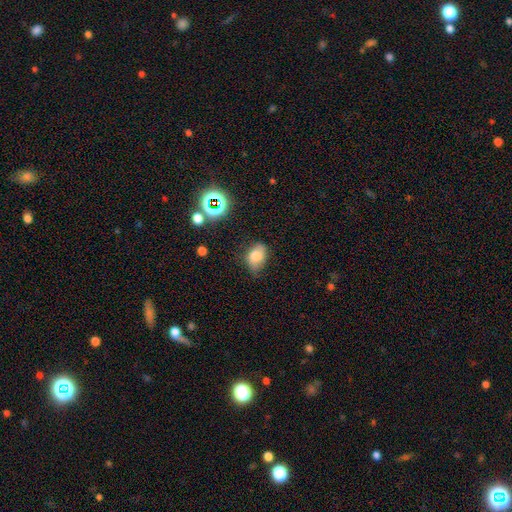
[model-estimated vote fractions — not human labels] Smooth or featured: smooth — 72% (featured or disk — 15%)
How rounded: in between — 81% (round — 18%)
Merging: none — 52% (minor disturbance — 36%)